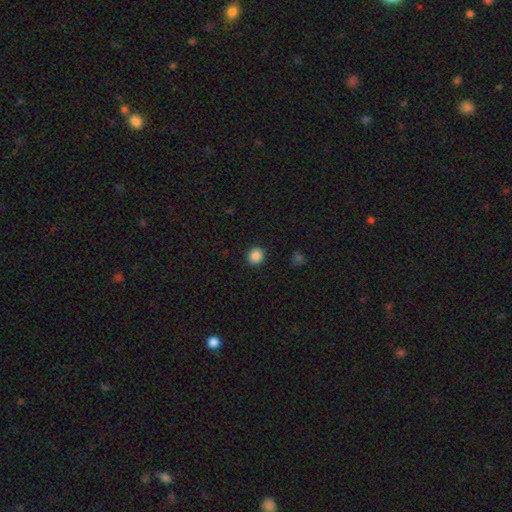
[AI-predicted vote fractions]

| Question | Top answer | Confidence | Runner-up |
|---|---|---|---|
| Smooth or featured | smooth | 87% | star or artifact (10%) |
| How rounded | round | 88% | in between (11%) |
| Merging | none | 92% | minor disturbance (5%) |